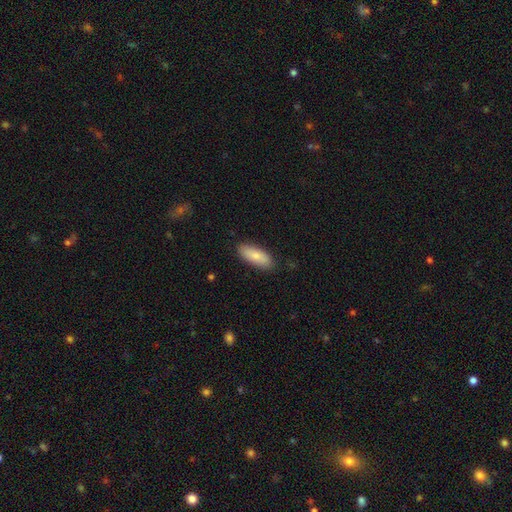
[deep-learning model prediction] Q: Smooth or featured?
A: smooth (83%); runner-up: featured or disk (11%)
Q: How rounded?
A: in between (75%); runner-up: cigar-shaped (24%)
Q: Merging?
A: none (85%); runner-up: minor disturbance (12%)